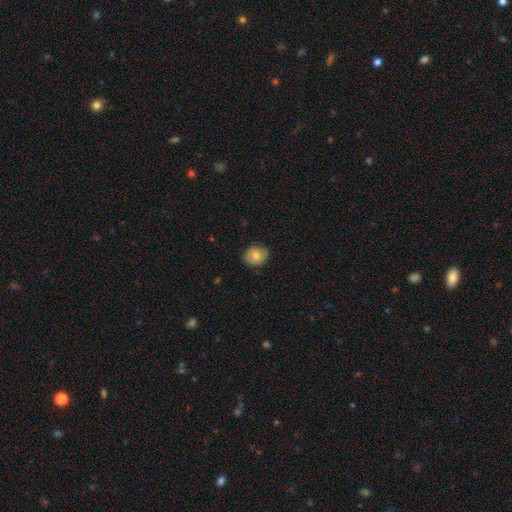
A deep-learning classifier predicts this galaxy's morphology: Smooth or featured? Predicted: smooth (p=0.73). How rounded? Predicted: round (p=0.63). Merging? Predicted: none (p=0.81).